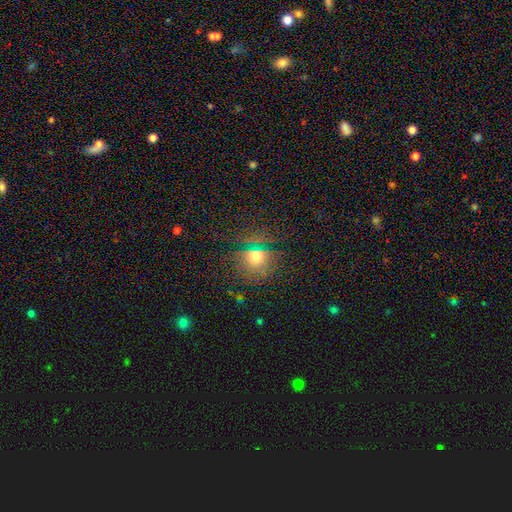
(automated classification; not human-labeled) Smooth or featured: smooth — 62% (star or artifact — 27%)
How rounded: round — 81% (in between — 17%)
Merging: none — 76% (minor disturbance — 13%)